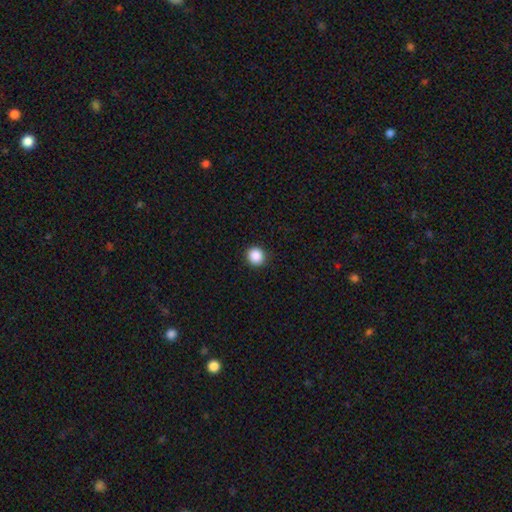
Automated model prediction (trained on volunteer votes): A smooth galaxy with no disk features (88%) that is round (92%).

Vote fractions:
- Smooth or featured? smooth: 88% / star or artifact: 9% / featured or disk: 2%
- How rounded? round: 92% / in between: 7% / cigar-shaped: 1%
- Merging? none: 92% / minor disturbance: 5% / major disturbance: 2% / merger: 1%